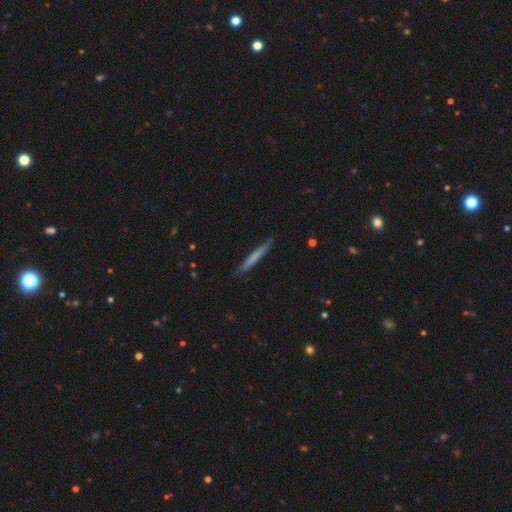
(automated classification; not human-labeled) Morphology: type=smooth (60%); roundness=cigar-shaped (97%); merging=none (89%).